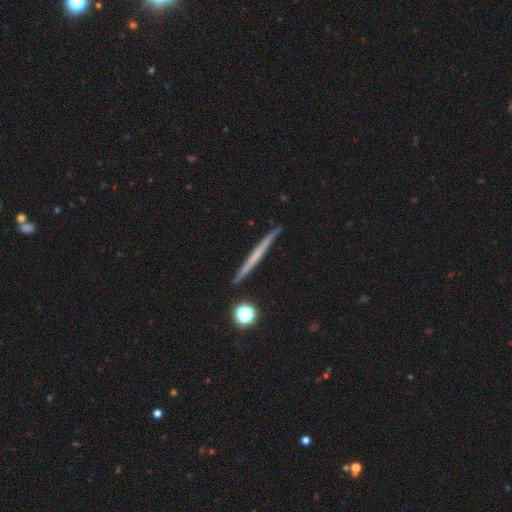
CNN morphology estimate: The model was most divided on "smooth or featured": featured or disk: 53%, smooth: 40%, star or artifact: 7%. More confident: edge-on disk — yes (97%); merging — none (90%); edge-on bulge — none (88%).